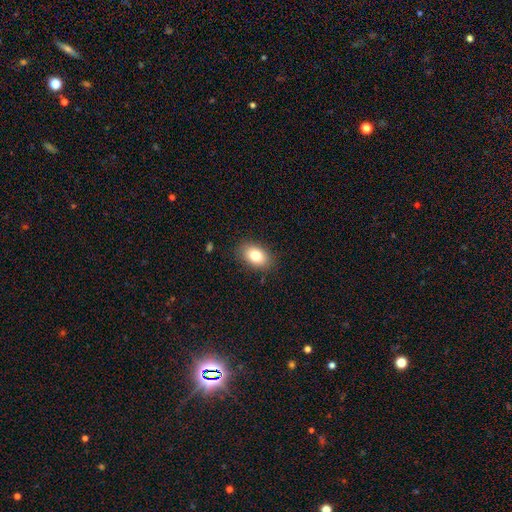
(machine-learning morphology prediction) smooth_or_featured: smooth (p=0.81) [alt: featured or disk p=0.11]
how_rounded: in between (p=0.86) [alt: round p=0.12]
merging: none (p=0.86) [alt: minor disturbance p=0.10]